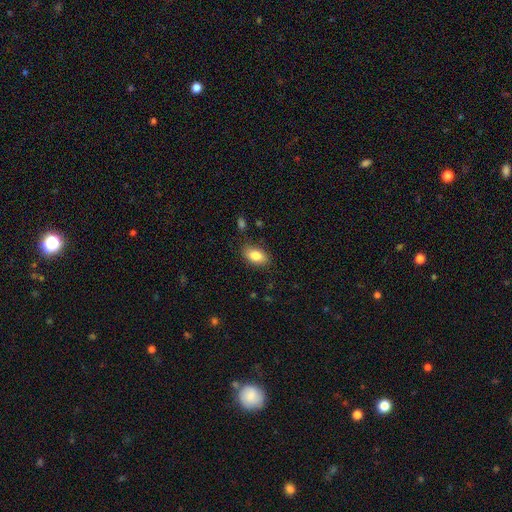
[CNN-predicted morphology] Smooth or featured? Predicted: smooth (p=0.84). How rounded? Predicted: in between (p=0.91). Merging? Predicted: none (p=0.84).